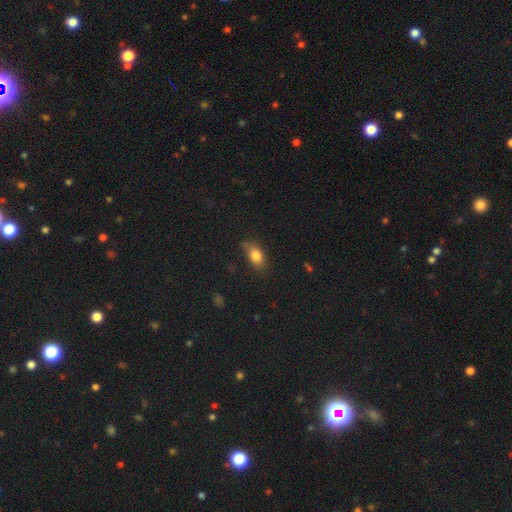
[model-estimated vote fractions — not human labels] Q: Smooth or featured?
A: smooth (80%); runner-up: featured or disk (10%)
Q: How rounded?
A: in between (83%); runner-up: round (11%)
Q: Merging?
A: none (71%); runner-up: minor disturbance (23%)